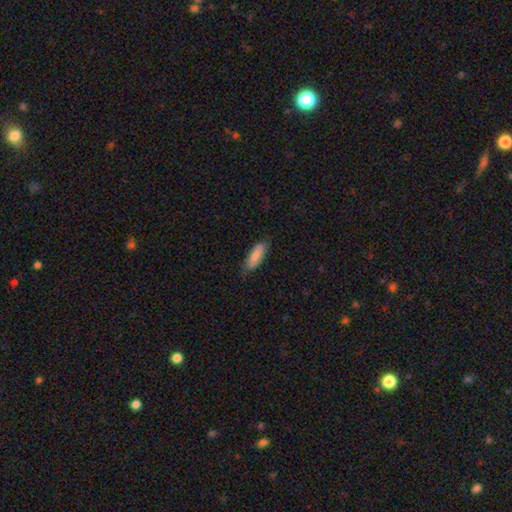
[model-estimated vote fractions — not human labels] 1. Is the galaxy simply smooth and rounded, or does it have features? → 83% smooth, 12% featured or disk, 6% star or artifact.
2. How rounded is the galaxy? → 56% in between, 43% cigar-shaped, 2% round.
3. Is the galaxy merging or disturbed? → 80% none, 16% minor disturbance, 3% major disturbance, 1% merger.